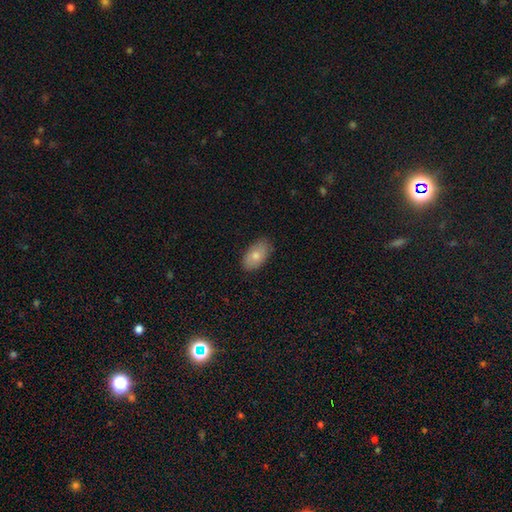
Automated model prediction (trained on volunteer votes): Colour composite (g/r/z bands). It shows a smooth galaxy with no disk features (77%) that is in between round and cigar-shaped (94%). Merging: none (82%).